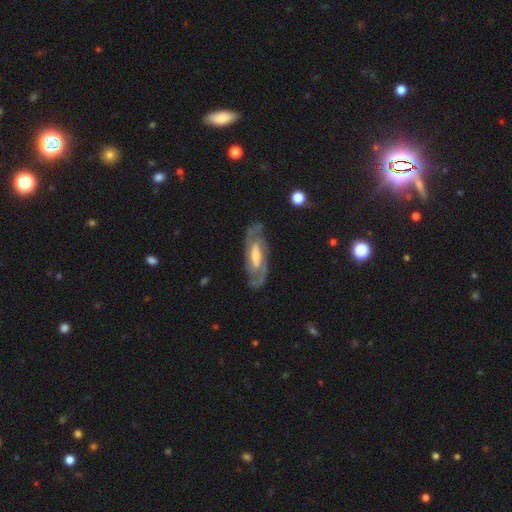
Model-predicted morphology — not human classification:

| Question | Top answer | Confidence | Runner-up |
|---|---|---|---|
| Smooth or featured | featured or disk | 89% | smooth (7%) |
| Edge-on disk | no | 93% | yes (7%) |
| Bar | weak | 46% | strong (32%) |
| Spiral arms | yes | 97% | no (3%) |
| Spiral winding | medium | 46% | tight (45%) |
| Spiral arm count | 2 | 85% | can't tell (6%) |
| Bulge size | moderate | 53% | small (34%) |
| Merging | none | 82% | minor disturbance (13%) |